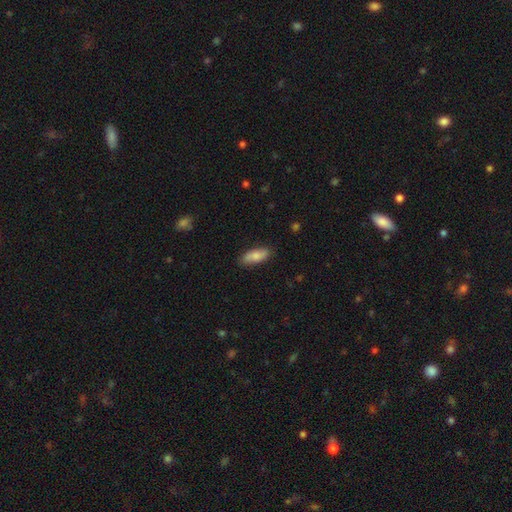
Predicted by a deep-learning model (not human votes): Morphology: type=smooth (79%); roundness=in between (75%); merging=none (84%).